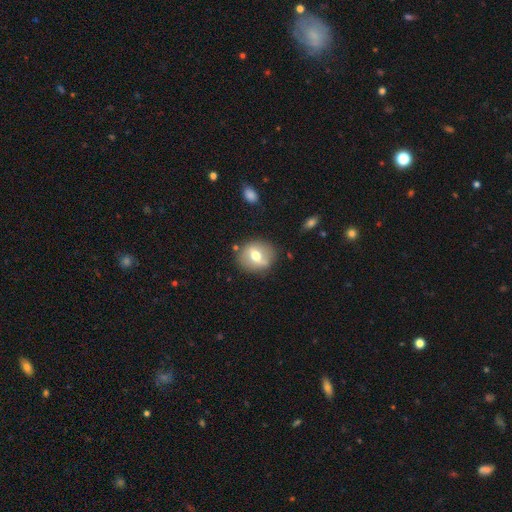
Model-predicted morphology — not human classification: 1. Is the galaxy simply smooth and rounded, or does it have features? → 52% smooth, 40% featured or disk, 8% star or artifact.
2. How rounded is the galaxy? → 70% round, 28% in between, 1% cigar-shaped.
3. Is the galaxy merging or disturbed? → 80% none, 13% minor disturbance, 4% major disturbance, 3% merger.